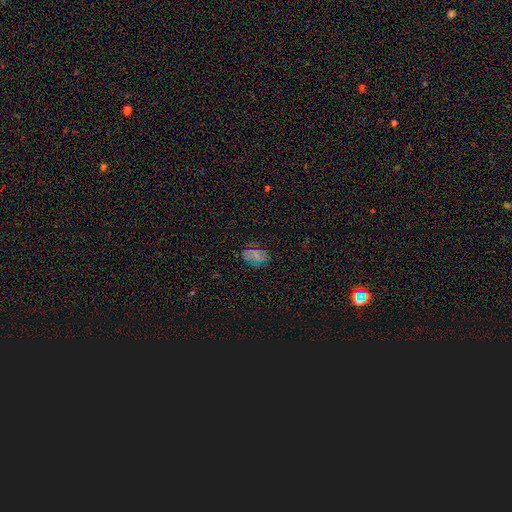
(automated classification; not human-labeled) Smooth or featured? smooth (54%)
How rounded? in between (88%)
Merging? none (75%)